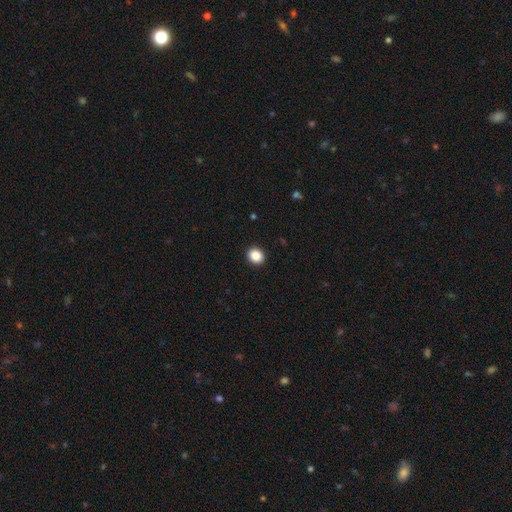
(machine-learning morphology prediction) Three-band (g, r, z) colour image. It shows a smooth galaxy with no disk features (87%) that is round (74%). Merging: none (93%).